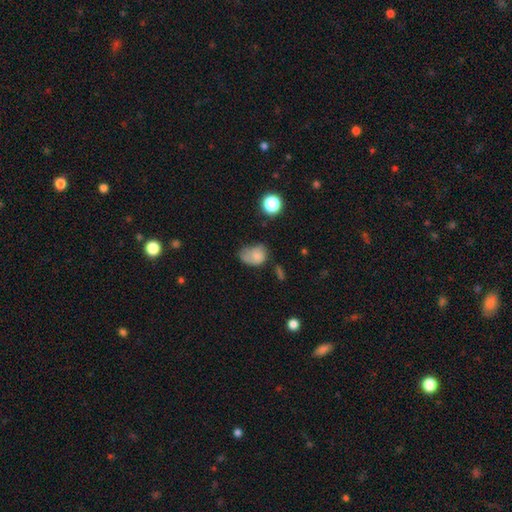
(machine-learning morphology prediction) A smooth galaxy with no disk features (70%) that is in between round and cigar-shaped (69%). Merging: minor disturbance (36%).